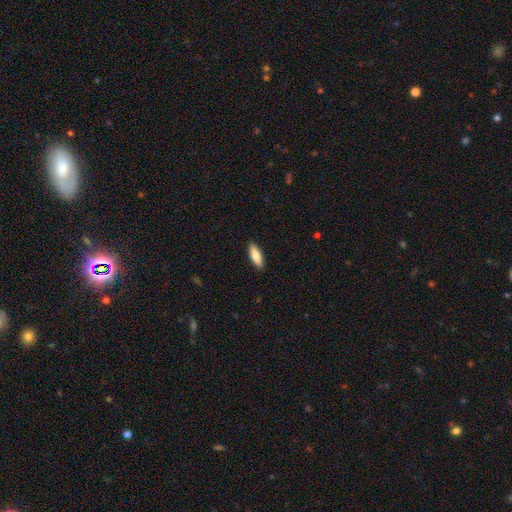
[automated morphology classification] Overall: smooth (80%). How rounded: in between (59%; cigar-shaped 39%). Merging: none (90%).